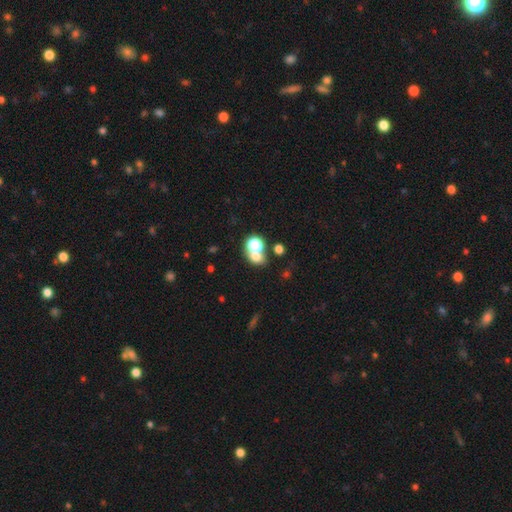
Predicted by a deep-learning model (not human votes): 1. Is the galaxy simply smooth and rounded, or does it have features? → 67% smooth, 18% star or artifact, 15% featured or disk.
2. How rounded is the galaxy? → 62% round, 36% in between, 1% cigar-shaped.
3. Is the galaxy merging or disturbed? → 50% merger, 38% none, 7% minor disturbance, 5% major disturbance.